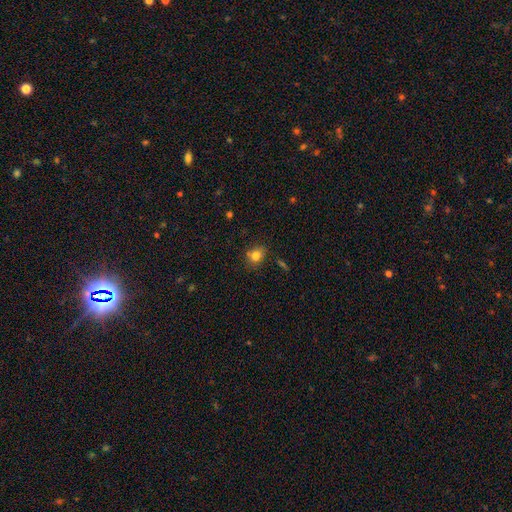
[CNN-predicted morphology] Q: Smooth or featured?
A: smooth (80%); runner-up: star or artifact (12%)
Q: How rounded?
A: round (62%); runner-up: in between (37%)
Q: Merging?
A: none (78%); runner-up: minor disturbance (15%)